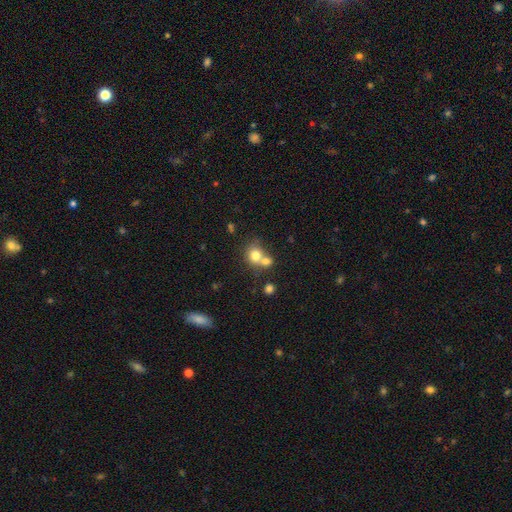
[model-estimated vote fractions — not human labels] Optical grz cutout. It shows a smooth galaxy with no disk features (76%) that is round (75%). Merging: merger (54%).